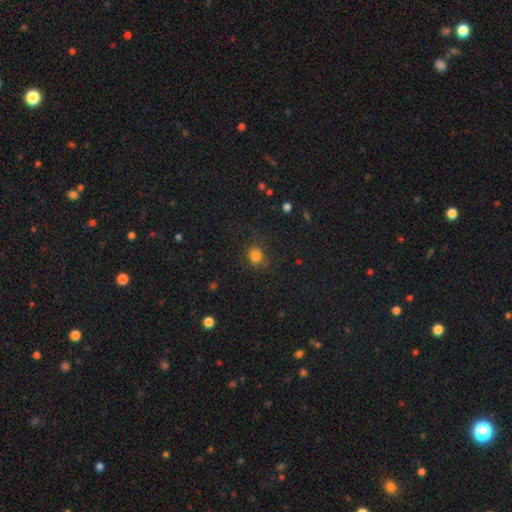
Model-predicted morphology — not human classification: A smooth galaxy with no disk features (79%) that is round (74%).

Vote fractions:
- Smooth or featured? smooth: 79% / star or artifact: 14% / featured or disk: 7%
- How rounded? round: 74% / in between: 24% / cigar-shaped: 1%
- Merging? none: 72% / minor disturbance: 17% / major disturbance: 9% / merger: 2%